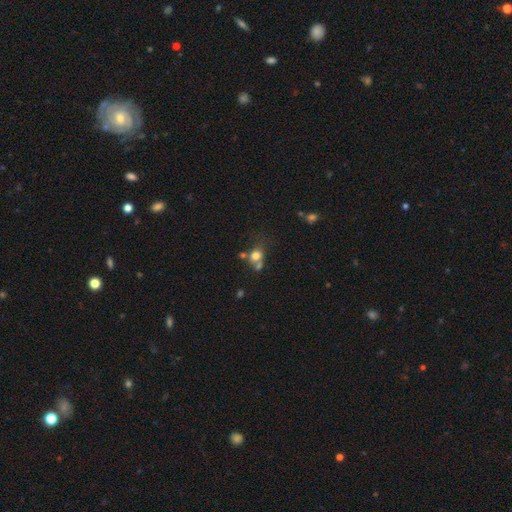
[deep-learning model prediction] Smooth or featured?
  - smooth: 72% *
  - featured or disk: 14%
  - star or artifact: 14%
How rounded?
  - round: 63% *
  - in between: 35%
  - cigar-shaped: 1%
Merging?
  - merger: 40% *
  - none: 38%
  - minor disturbance: 13%
  - major disturbance: 8%